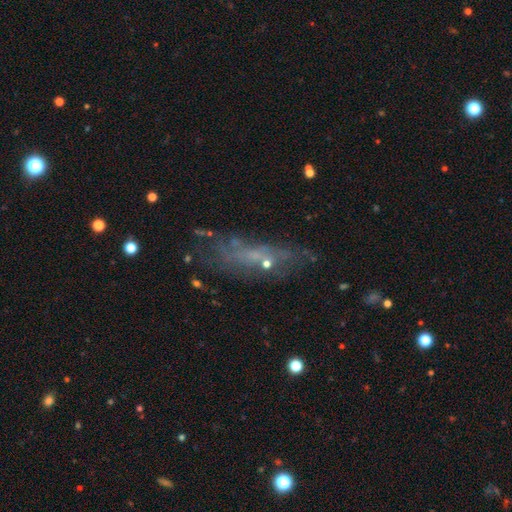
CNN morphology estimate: A featured or disk galaxy (47%). Merging: none (49%).